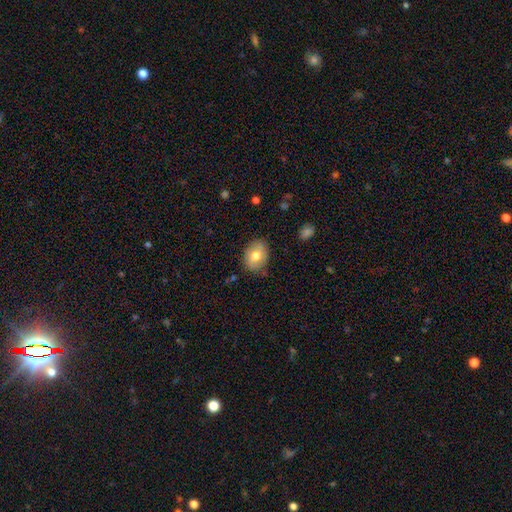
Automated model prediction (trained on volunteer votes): Morphology: type=smooth (72%); roundness=in between (60%); merging=none (82%).